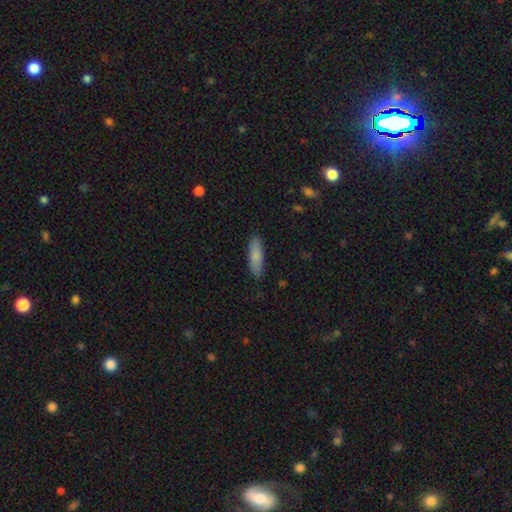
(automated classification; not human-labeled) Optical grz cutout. It shows a smooth galaxy with no disk features (84%) that is cigar-shaped (60%). Merging: none (86%).